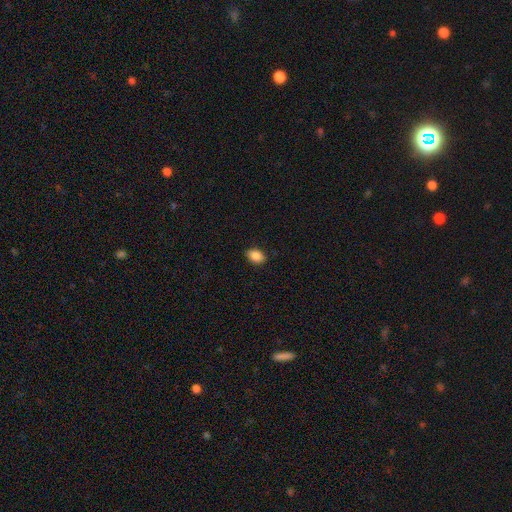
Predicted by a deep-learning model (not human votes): The model was most divided on "how rounded": in between: 83%, round: 16%, cigar-shaped: 1%. More confident: smooth or featured — smooth (88%); merging — none (85%).